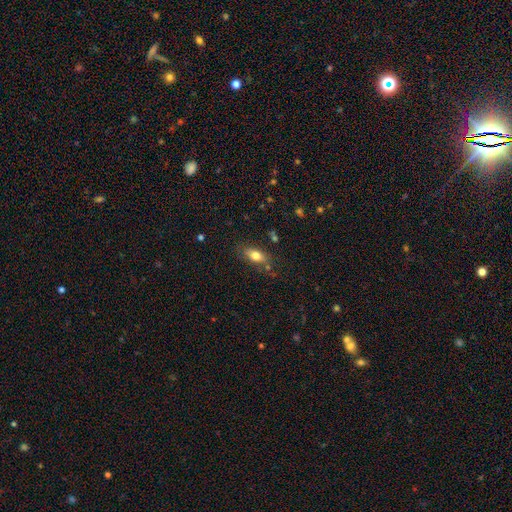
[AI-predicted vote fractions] This appears to be a smooth galaxy with no disk features (77%) that is in between round and cigar-shaped (83%). Merging: none (74%).